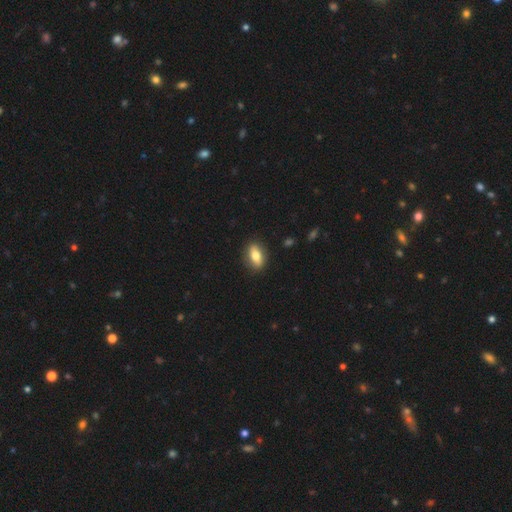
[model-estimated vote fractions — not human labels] The model was most divided on "smooth or featured": smooth: 71%, featured or disk: 22%, star or artifact: 7%. More confident: merging — none (86%); how rounded — in between (80%).